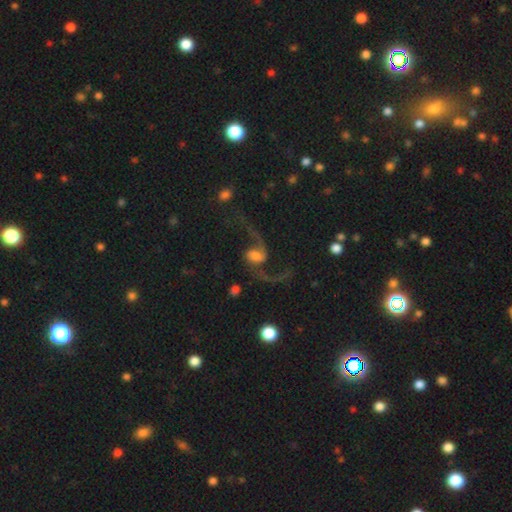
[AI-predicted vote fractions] A featured or disk galaxy (86%) with a weak bar (45%), 2 (93%) loose (86%) spiral arms (96%) and a moderate central bulge (41%). Merging: none (58%).